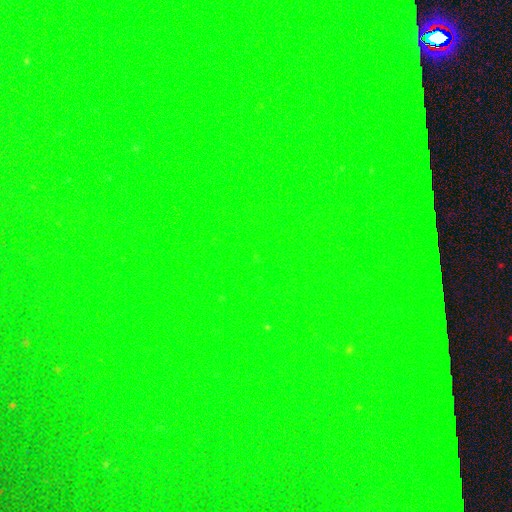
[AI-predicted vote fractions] smooth_or_featured: star or artifact (p=0.79) [alt: smooth p=0.12]